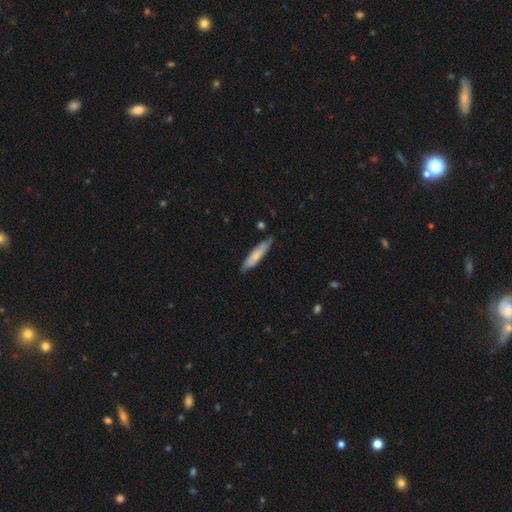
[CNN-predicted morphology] Overall: smooth (69%). How rounded: cigar-shaped (81%). Merging: none (74%).